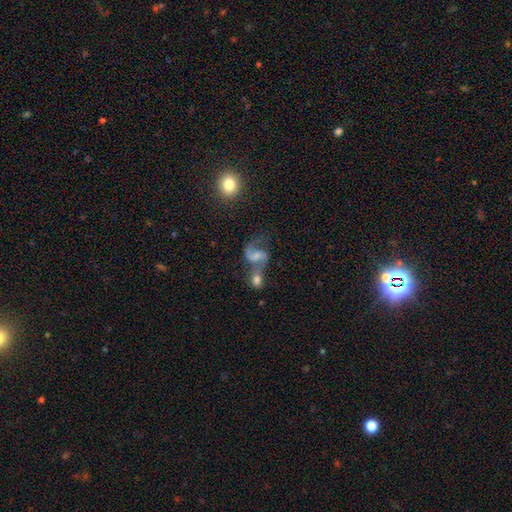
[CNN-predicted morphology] Q: Smooth or featured?
A: featured or disk (73%); runner-up: smooth (18%)
Q: Edge-on disk?
A: no (97%); runner-up: yes (3%)
Q: Bar?
A: weak (45%); runner-up: no (39%)
Q: Spiral arms?
A: yes (90%); runner-up: no (10%)
Q: Spiral winding?
A: loose (63%); runner-up: medium (31%)
Q: Spiral arm count?
A: 2 (84%); runner-up: 1 (9%)
Q: Bulge size?
A: small (35%); runner-up: moderate (29%)
Q: Merging?
A: merger (51%); runner-up: none (26%)